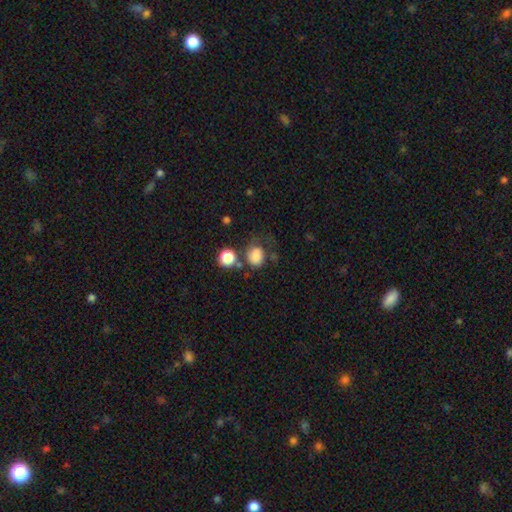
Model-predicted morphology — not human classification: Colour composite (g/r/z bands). It shows a smooth galaxy with no disk features (81%) that is round (57%). Merging: none (47%).